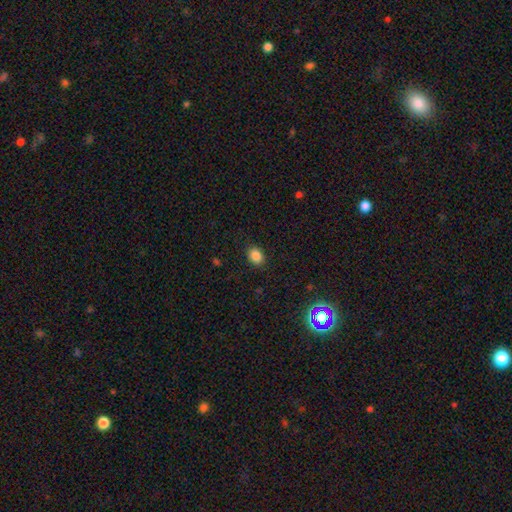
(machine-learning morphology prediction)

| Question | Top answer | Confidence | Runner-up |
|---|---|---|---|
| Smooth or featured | smooth | 86% | star or artifact (11%) |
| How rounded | in between | 66% | round (33%) |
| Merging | none | 88% | minor disturbance (9%) |